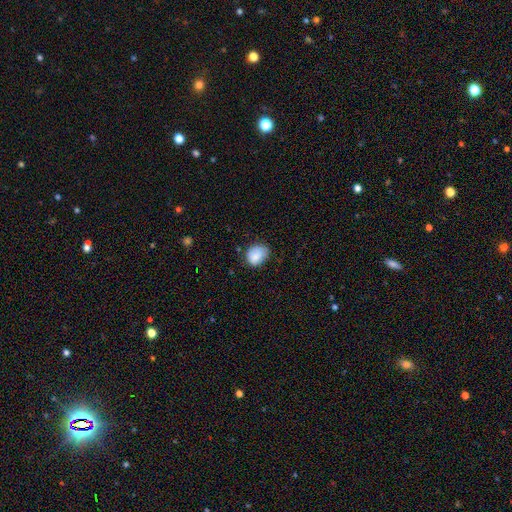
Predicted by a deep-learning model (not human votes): A smooth galaxy with no disk features (85%) that is in between round and cigar-shaped (52%).

Vote fractions:
- Smooth or featured? smooth: 85% / star or artifact: 8% / featured or disk: 7%
- How rounded? in between: 52% / round: 47% / cigar-shaped: 1%
- Merging? none: 60% / minor disturbance: 32% / major disturbance: 7% / merger: 2%